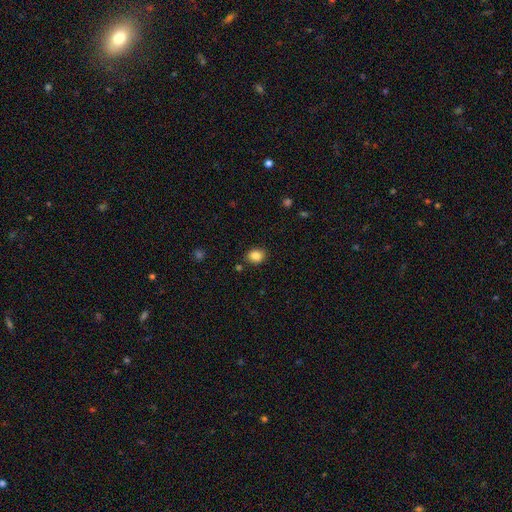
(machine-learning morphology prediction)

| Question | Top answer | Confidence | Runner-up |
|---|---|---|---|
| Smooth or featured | smooth | 84% | star or artifact (10%) |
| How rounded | round | 60% | in between (39%) |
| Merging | none | 84% | minor disturbance (11%) |